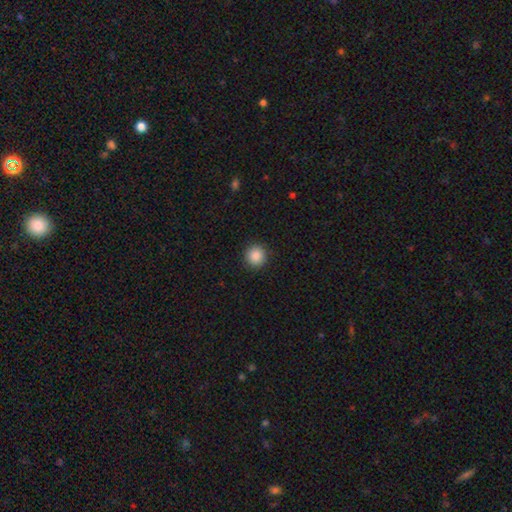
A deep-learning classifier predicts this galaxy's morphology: smooth 88%, star or artifact 9%, featured or disk 3%. Down the decision tree: how rounded — round (94%); merging — none (92%).